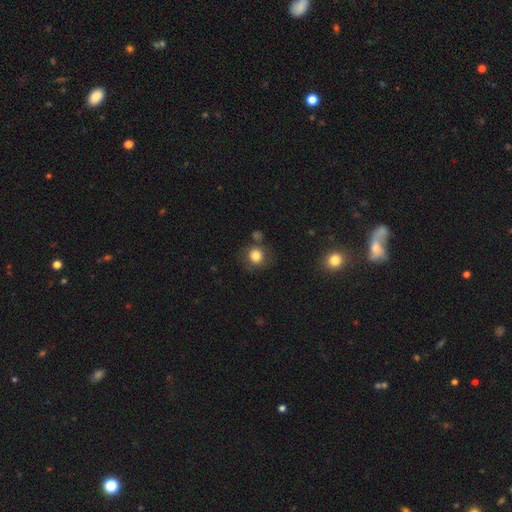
A smooth galaxy with no disk features (89%) that is round (74%). Merging: none (83%).